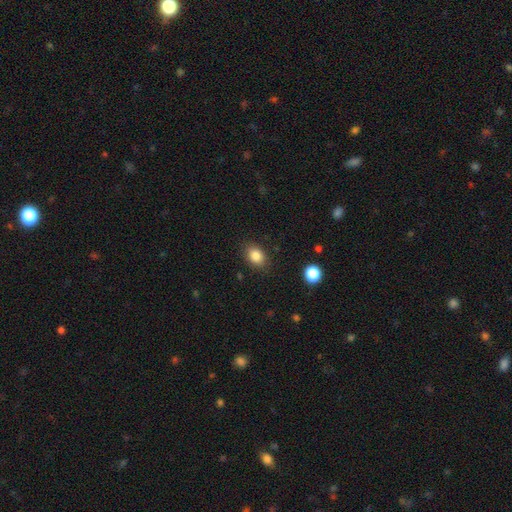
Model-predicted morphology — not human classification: Smooth or featured? Predicted: smooth (p=0.85). How rounded? Predicted: in between (p=0.69). Merging? Predicted: none (p=0.85).